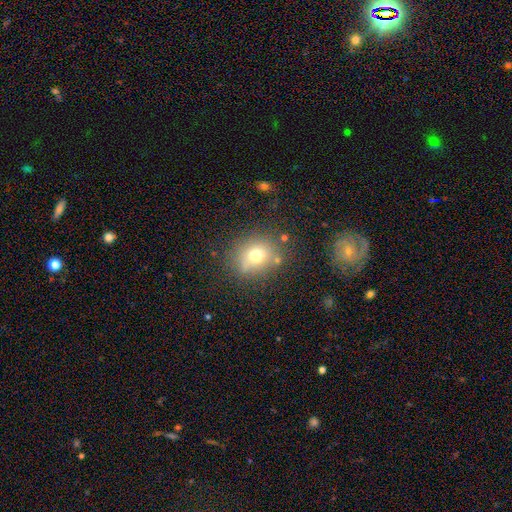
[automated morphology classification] smooth-or-featured: smooth: 68% | star or artifact: 16% | featured or disk: 16%
  how-rounded: round: 71% | in between: 28% | cigar-shaped: 1%
  merging: none: 75% | minor disturbance: 14% | major disturbance: 6% | merger: 6%